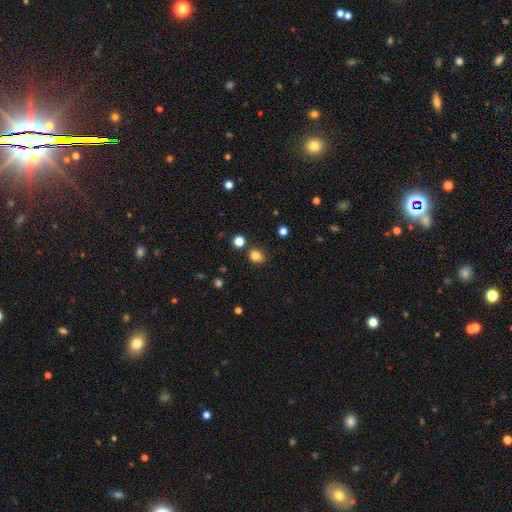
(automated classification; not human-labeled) This appears to be a smooth galaxy with no disk features (83%) that is round (67%). Merging: none (82%).